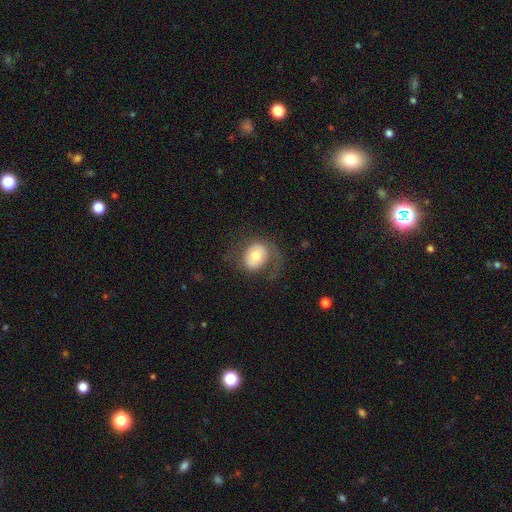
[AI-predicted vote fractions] A smooth galaxy with no disk features (56%) that is round (61%). Merging: none (55%).